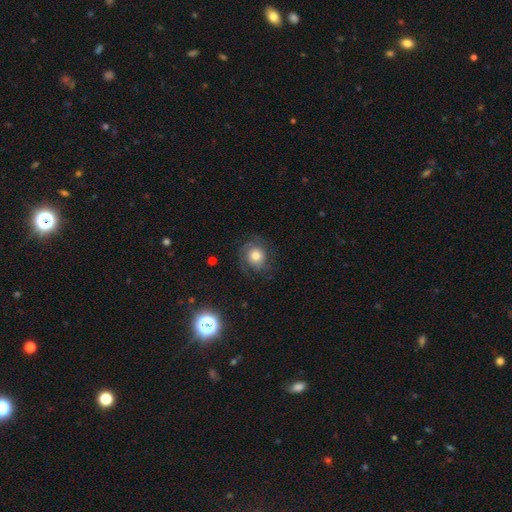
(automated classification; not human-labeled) The model was most divided on "smooth or featured": featured or disk: 47%, smooth: 42%, star or artifact: 11%. More confident: merging — none (71%).